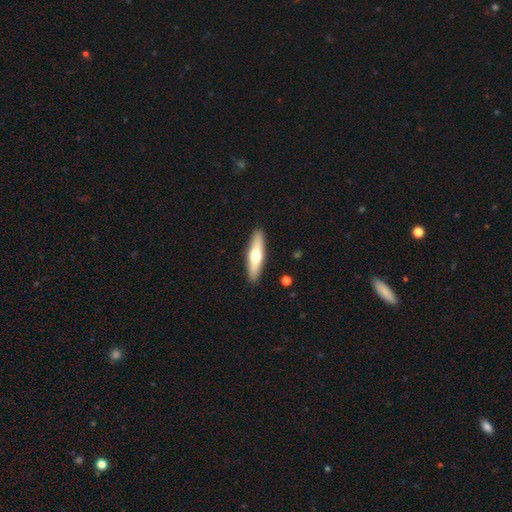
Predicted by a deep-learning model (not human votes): A smooth galaxy with no disk features (53%) that is cigar-shaped (75%).

Vote fractions:
- Smooth or featured? smooth: 53% / featured or disk: 42% / star or artifact: 5%
- How rounded? cigar-shaped: 75% / in between: 23% / round: 2%
- Merging? none: 91% / minor disturbance: 7% / major disturbance: 1% / merger: 1%